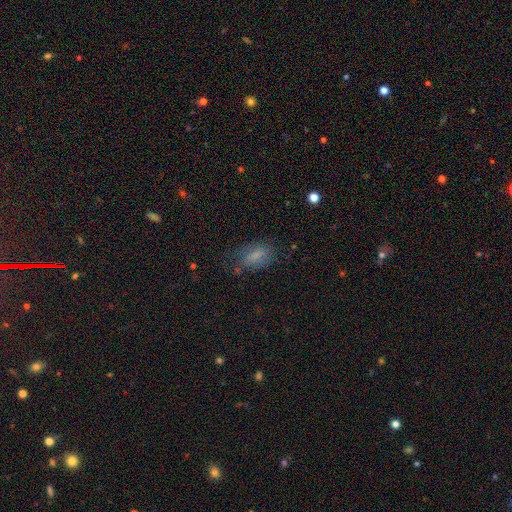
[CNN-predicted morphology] type=smooth (72%); roundness=in between (86%); merging=none (62%).